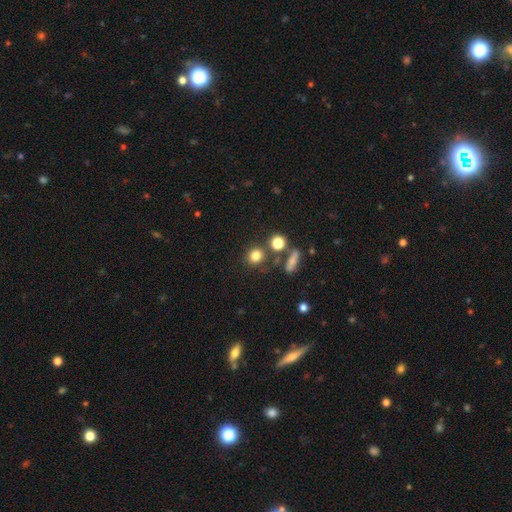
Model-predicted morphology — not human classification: smooth-or-featured: smooth: 79% | star or artifact: 14% | featured or disk: 7%
  how-rounded: round: 84% | in between: 15% | cigar-shaped: 2%
  merging: none: 71% | merger: 13% | minor disturbance: 11% | major disturbance: 5%